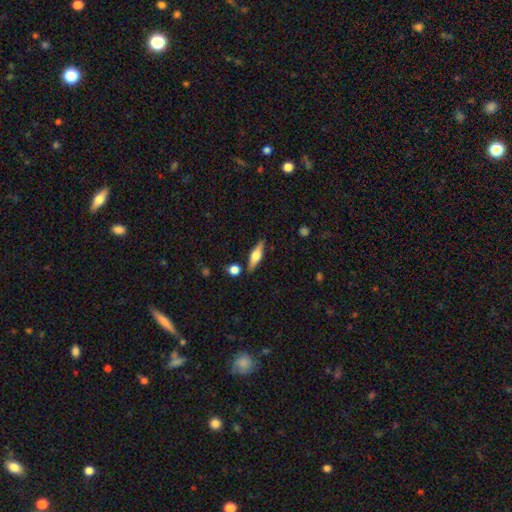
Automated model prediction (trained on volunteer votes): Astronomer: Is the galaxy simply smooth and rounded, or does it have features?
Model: featured or disk — 52% (runner-up: smooth, 41%).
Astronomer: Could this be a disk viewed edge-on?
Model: yes — 94%.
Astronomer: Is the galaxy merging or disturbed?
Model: none — 83%.